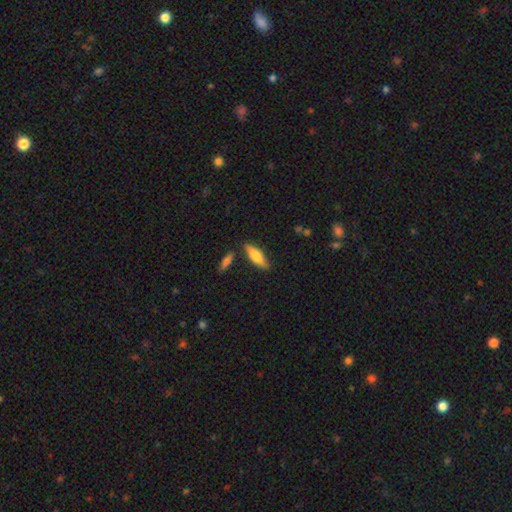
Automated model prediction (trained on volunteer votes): smooth-or-featured: smooth: 66% | featured or disk: 28% | star or artifact: 6%
  how-rounded: cigar-shaped: 51% | in between: 46% | round: 2%
  merging: none: 80% | minor disturbance: 12% | merger: 5% | major disturbance: 3%